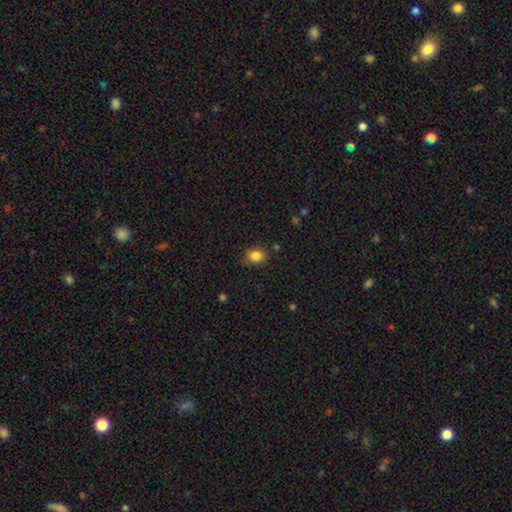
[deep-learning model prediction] Q: Smooth or featured?
A: smooth (84%); runner-up: star or artifact (11%)
Q: How rounded?
A: round (53%); runner-up: in between (46%)
Q: Merging?
A: none (76%); runner-up: minor disturbance (18%)